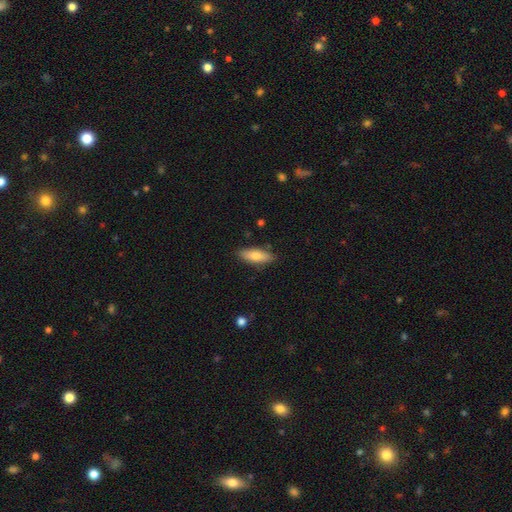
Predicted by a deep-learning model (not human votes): Smooth or featured: smooth — 75% (featured or disk — 19%)
How rounded: in between — 63% (cigar-shaped — 34%)
Merging: none — 85% (minor disturbance — 11%)